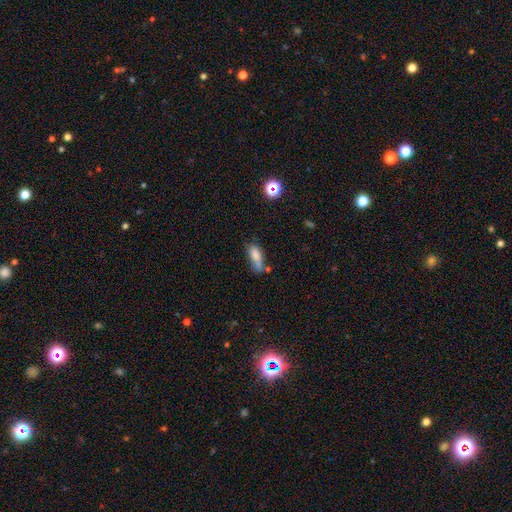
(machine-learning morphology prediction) smooth_or_featured: smooth (p=0.76) [alt: featured or disk p=0.13]
how_rounded: in between (p=0.70) [alt: cigar-shaped p=0.26]
merging: none (p=0.36) [alt: minor disturbance p=0.30]